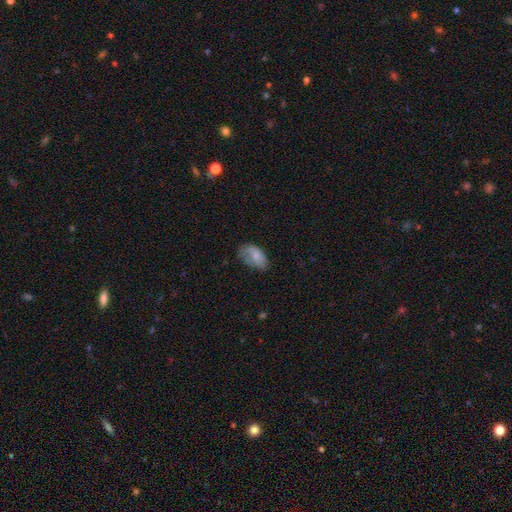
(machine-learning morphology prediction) This appears to be a smooth galaxy with no disk features (71%) that is in between round and cigar-shaped (93%). Merging: none (42%).